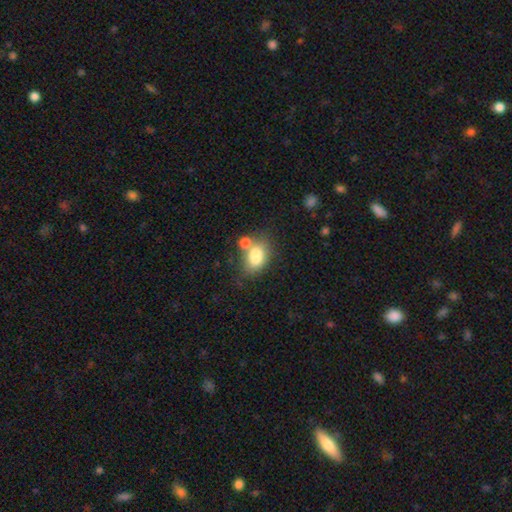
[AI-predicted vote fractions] Smooth or featured?
  - smooth: 77% *
  - featured or disk: 13%
  - star or artifact: 10%
How rounded?
  - in between: 79% *
  - round: 20%
  - cigar-shaped: 2%
Merging?
  - none: 46% *
  - merger: 31%
  - minor disturbance: 16%
  - major disturbance: 7%